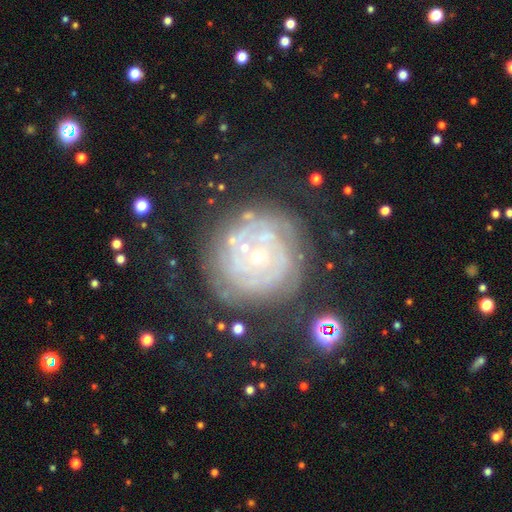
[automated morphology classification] Smooth or featured? Predicted: featured or disk (p=0.78). Edge-on disk? Predicted: no (p=0.97). Bar? Predicted: no (p=0.84). Spiral arms? Predicted: yes (p=0.84). Spiral winding? Predicted: tight (p=0.81). Spiral arm count? Predicted: can't tell (p=0.44). Bulge size? Predicted: small (p=0.84). Merging? Predicted: none (p=0.69).